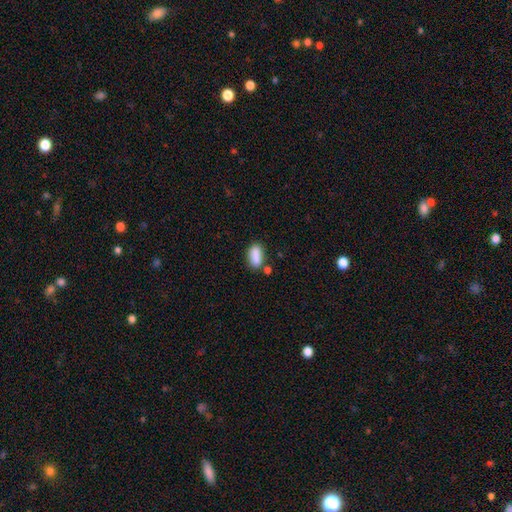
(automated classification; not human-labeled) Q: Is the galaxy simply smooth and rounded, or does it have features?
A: smooth — 86%.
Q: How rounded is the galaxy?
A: in between — 85%.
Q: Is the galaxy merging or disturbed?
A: none — 65%.